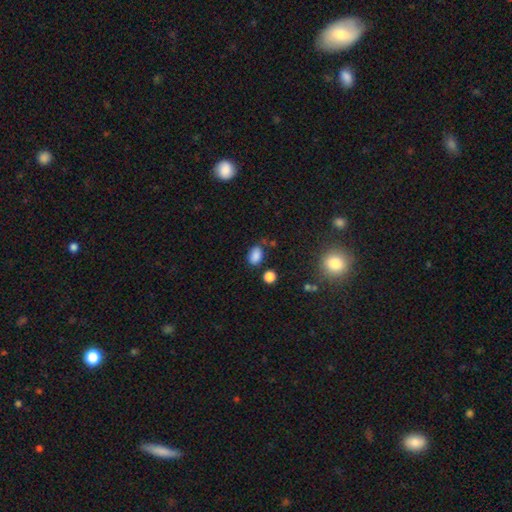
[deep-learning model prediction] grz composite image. It shows a smooth galaxy with no disk features (84%) that is in between round and cigar-shaped (86%). Merging: none (72%).